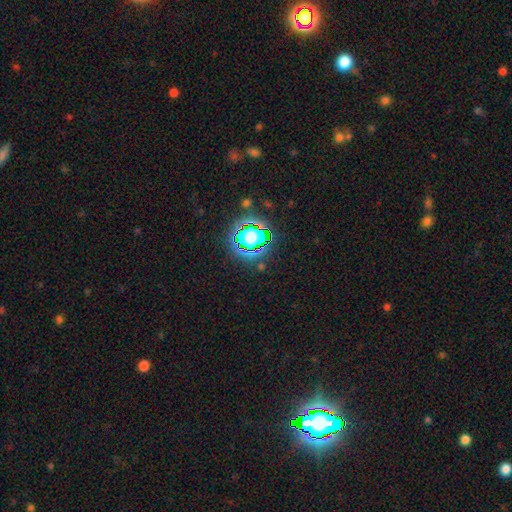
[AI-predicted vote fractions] smooth-or-featured: star or artifact: 82% | smooth: 11% | featured or disk: 7%